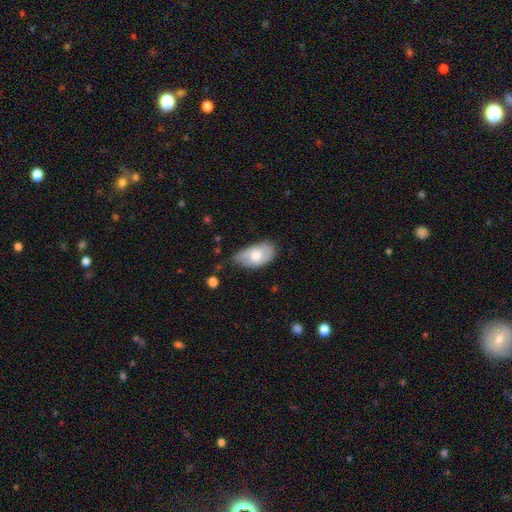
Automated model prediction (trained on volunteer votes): Overall: smooth (59%; featured or disk 35%). How rounded: in between (93%). Merging: none (53%; minor disturbance 37%).